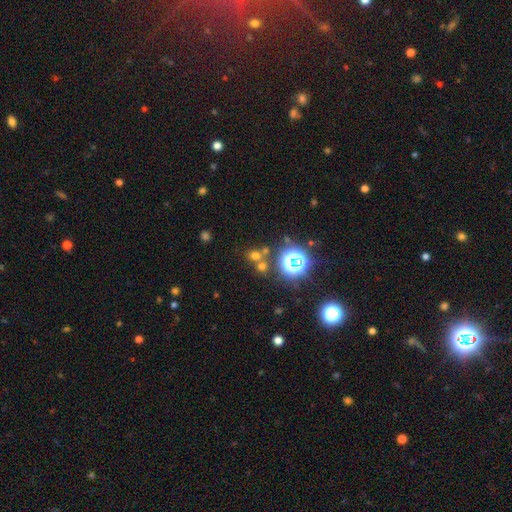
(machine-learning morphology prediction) Smooth or featured: smooth — 51% (star or artifact — 40%)
How rounded: round — 73% (in between — 25%)
Merging: none — 60% (merger — 27%)